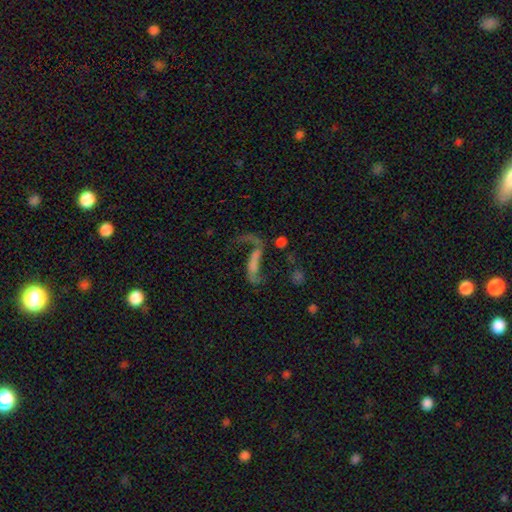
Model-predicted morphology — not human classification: type=featured or disk (73%); edge-on=no (91%); bar=strong (37%); spiral arms=yes (85%); winding=loose (89%); arm count=2 (77%); bulge=none (59%); merging=none (45%).